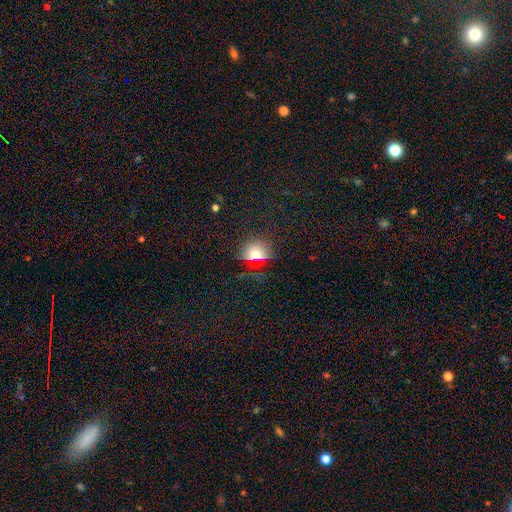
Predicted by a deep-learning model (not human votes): Q: Smooth or featured?
A: smooth (69%); runner-up: star or artifact (23%)
Q: How rounded?
A: round (65%); runner-up: in between (32%)
Q: Merging?
A: none (78%); runner-up: minor disturbance (14%)